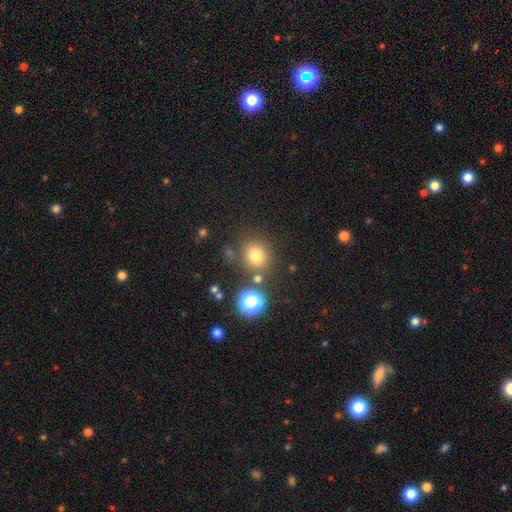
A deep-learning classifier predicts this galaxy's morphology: Q: Smooth or featured?
A: smooth (73%); runner-up: star or artifact (19%)
Q: How rounded?
A: round (85%); runner-up: in between (14%)
Q: Merging?
A: none (78%); runner-up: minor disturbance (10%)